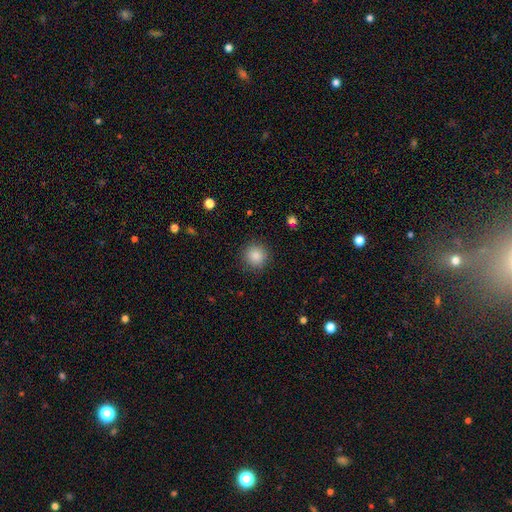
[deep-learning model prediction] smooth 86%, star or artifact 10%, featured or disk 4%. Down the decision tree: how rounded — round (94%); merging — none (89%).